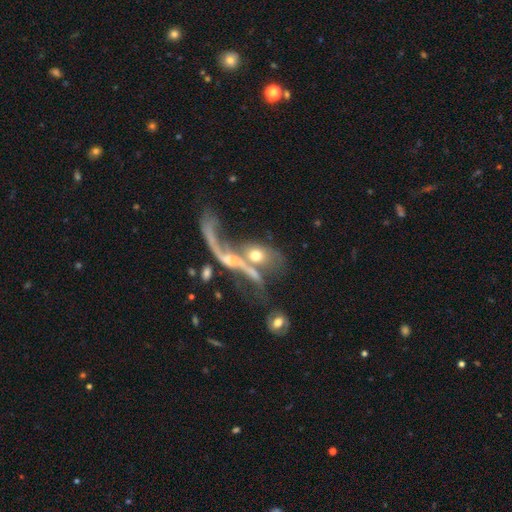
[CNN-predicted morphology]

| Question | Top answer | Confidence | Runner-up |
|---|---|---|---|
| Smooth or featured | featured or disk | 49% | smooth (40%) |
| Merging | merger | 57% | major disturbance (21%) |